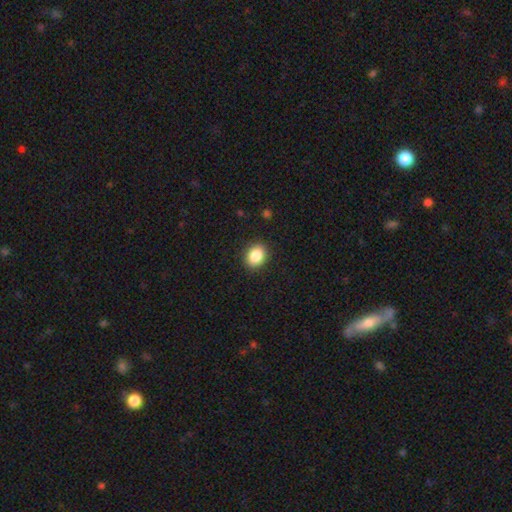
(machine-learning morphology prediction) Smooth or featured? Predicted: smooth (p=0.87). How rounded? Predicted: round (p=0.51). Merging? Predicted: none (p=0.89).